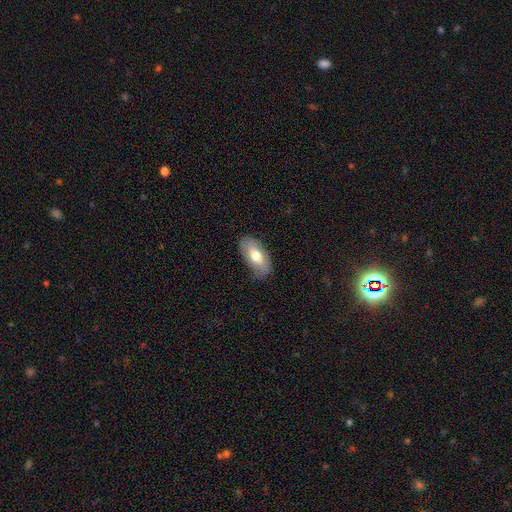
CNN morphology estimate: smooth 65%, featured or disk 29%, star or artifact 6%. Down the decision tree: how rounded — in between (92%); merging — none (80%).